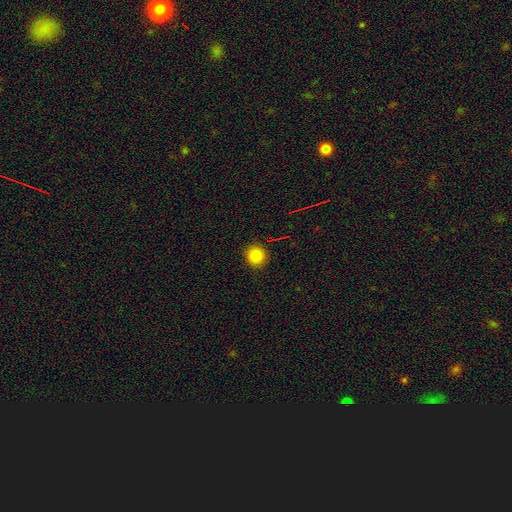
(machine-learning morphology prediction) Smooth or featured: smooth — 83% (star or artifact — 12%)
How rounded: round — 92% (in between — 7%)
Merging: none — 92% (minor disturbance — 6%)